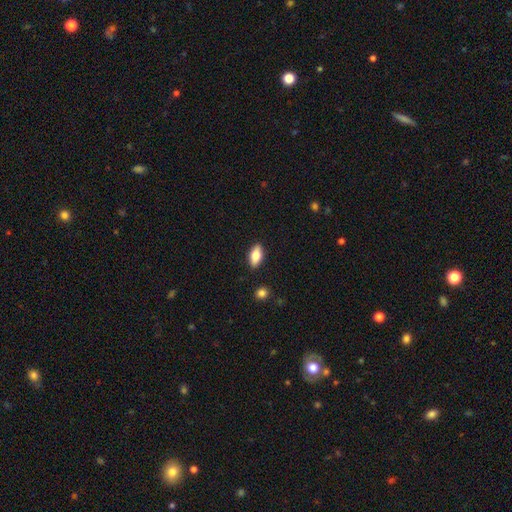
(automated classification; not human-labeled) A smooth galaxy with no disk features (76%) that is in between round and cigar-shaped (87%).

Vote fractions:
- Smooth or featured? smooth: 76% / featured or disk: 17% / star or artifact: 7%
- How rounded? in between: 87% / cigar-shaped: 10% / round: 3%
- Merging? none: 88% / minor disturbance: 8% / major disturbance: 2% / merger: 2%